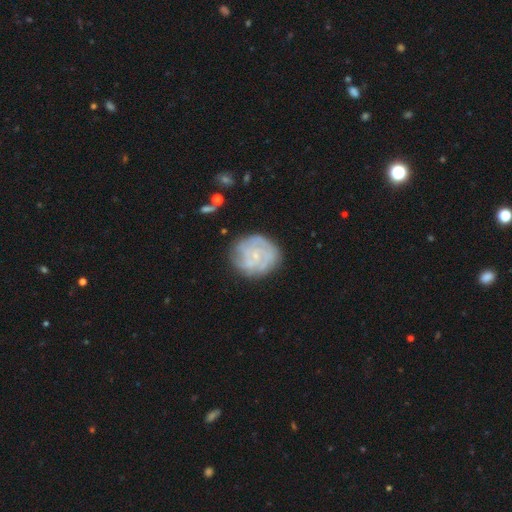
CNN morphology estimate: Smooth or featured?
  - featured or disk: 72% *
  - smooth: 22%
  - star or artifact: 7%
Edge-on disk?
  - no: 98% *
  - yes: 2%
Bar?
  - no: 73% *
  - weak: 23%
  - strong: 4%
Spiral arms?
  - yes: 85% *
  - no: 15%
Spiral winding?
  - tight: 65% *
  - medium: 26%
  - loose: 9%
Spiral arm count?
  - can't tell: 41% *
  - 3: 19%
  - 4: 16%
  - 2: 13%
  - more than 4: 6%
  - 1: 5%
Bulge size?
  - small: 74% *
  - moderate: 15%
  - none: 8%
  - large: 1%
  - dominant: 1%
Merging?
  - none: 75% *
  - minor disturbance: 16%
  - major disturbance: 6%
  - merger: 2%